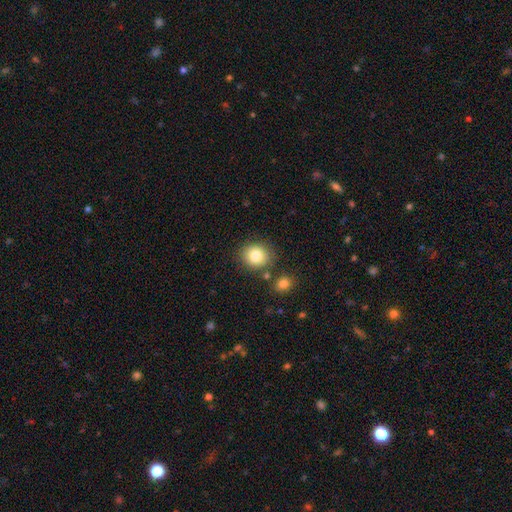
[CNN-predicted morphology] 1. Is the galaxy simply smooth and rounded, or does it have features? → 83% smooth, 10% star or artifact, 8% featured or disk.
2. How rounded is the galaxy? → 80% round, 19% in between, 1% cigar-shaped.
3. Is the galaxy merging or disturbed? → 81% none, 10% minor disturbance, 7% merger, 3% major disturbance.